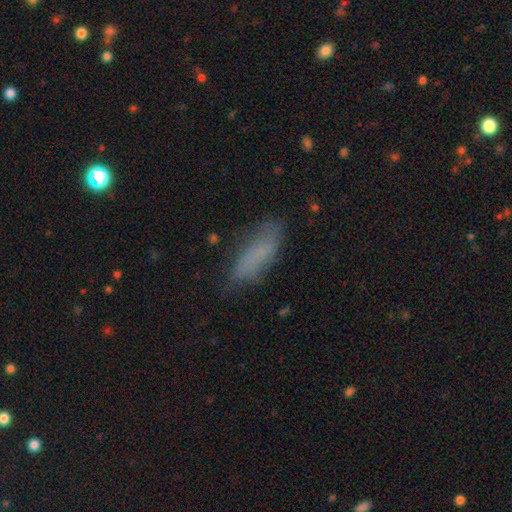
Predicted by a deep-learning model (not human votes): Overall: smooth (74%). How rounded: in between (52%; cigar-shaped 46%). Merging: none (73%).